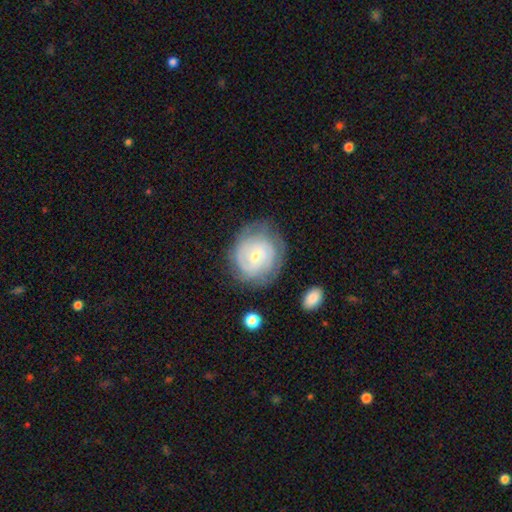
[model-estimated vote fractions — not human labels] This is likely a featured or disk galaxy (72%). It is clearly not viewed edge-on (97%). Bar: possibly no (59%). Spiral arm pattern: clearly yes (89%). Spiral arm count: possibly can't tell (45%). Spiral winding: likely tight (69%). Central bulge: likely small (61%). Merging: likely none (70%).